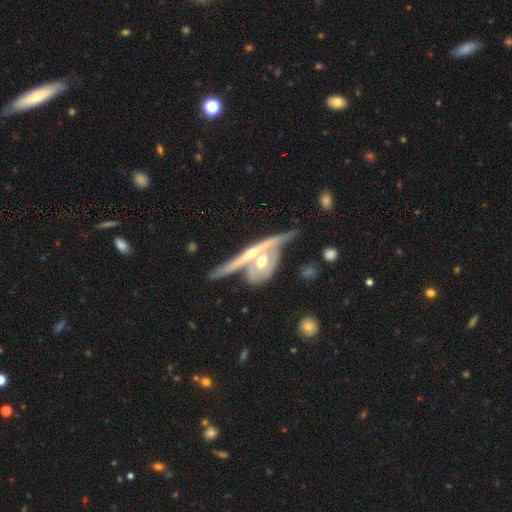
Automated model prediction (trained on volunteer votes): Smooth or featured? Predicted: featured or disk (p=0.76). Edge-on disk? Predicted: yes (p=0.80). Edge-on bulge? Predicted: rounded (p=0.83). Merging? Predicted: merger (p=0.43).